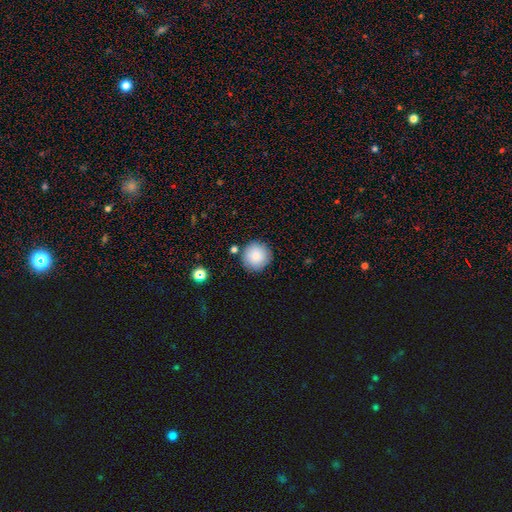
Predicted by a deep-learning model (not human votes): smooth 84%, star or artifact 9%, featured or disk 7%. Down the decision tree: how rounded — round (95%); merging — none (85%).